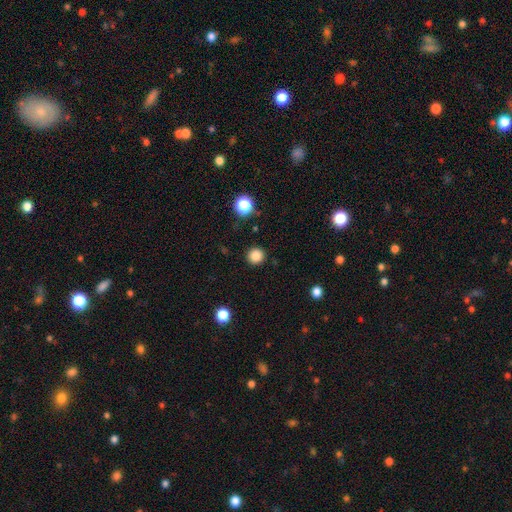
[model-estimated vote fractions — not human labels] A smooth galaxy with no disk features (85%) that is round (95%).

Vote fractions:
- Smooth or featured? smooth: 85% / star or artifact: 12% / featured or disk: 3%
- How rounded? round: 95% / in between: 4% / cigar-shaped: 1%
- Merging? none: 92% / minor disturbance: 5% / major disturbance: 2% / merger: 1%